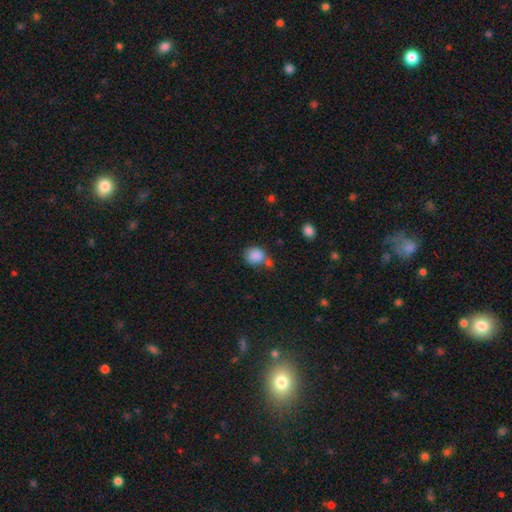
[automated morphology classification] This appears to be a smooth galaxy with no disk features (86%) that is round (73%). Merging: none (54%).